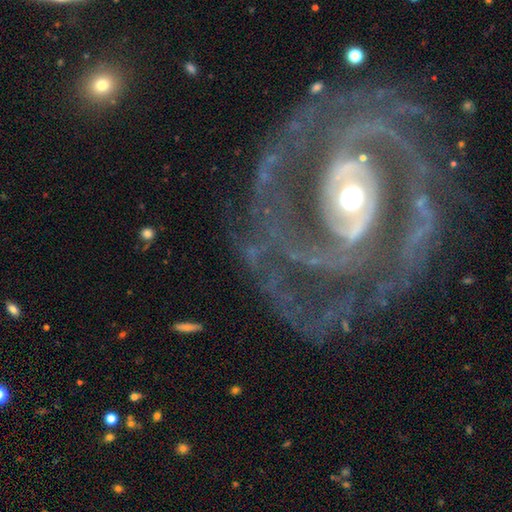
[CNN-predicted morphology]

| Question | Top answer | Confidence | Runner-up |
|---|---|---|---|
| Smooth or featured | featured or disk | 88% | star or artifact (6%) |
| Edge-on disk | no | 97% | yes (3%) |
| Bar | no | 50% | weak (25%) |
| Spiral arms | yes | 91% | no (9%) |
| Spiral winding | tight | 55% | medium (34%) |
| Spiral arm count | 2 | 40% | can't tell (18%) |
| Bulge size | moderate | 64% | large (16%) |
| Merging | none | 70% | minor disturbance (14%) |